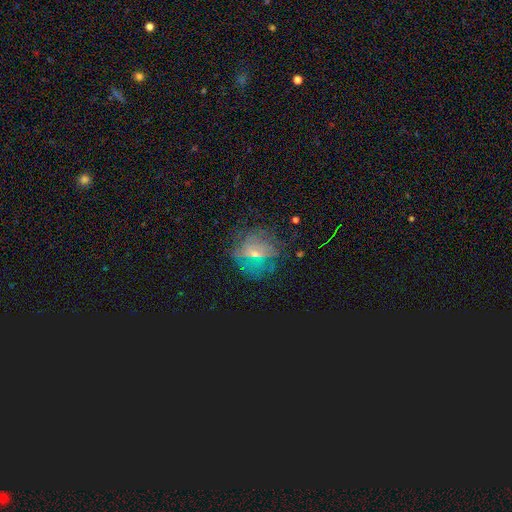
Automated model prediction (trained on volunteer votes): Smooth or featured?
  - star or artifact: 44% *
  - smooth: 30%
  - featured or disk: 26%